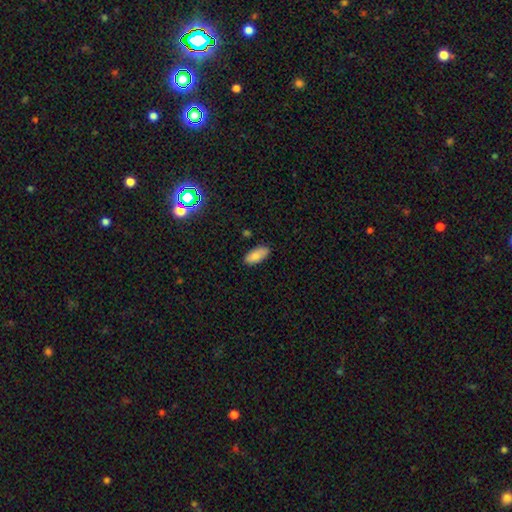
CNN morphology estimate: The model was most divided on "smooth or featured": smooth: 81%, featured or disk: 11%, star or artifact: 8%. More confident: how rounded — in between (90%); merging — none (84%).